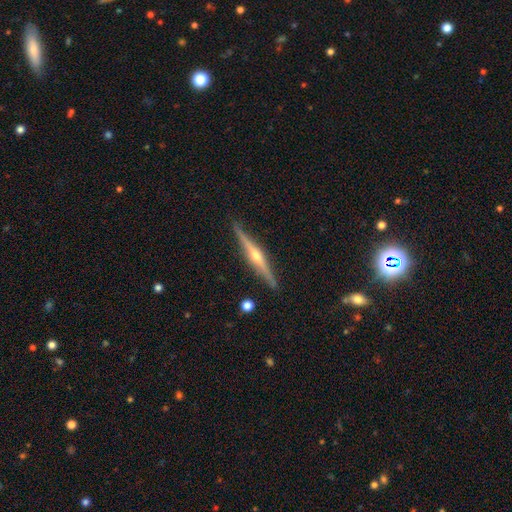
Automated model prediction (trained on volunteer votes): Smooth or featured? Predicted: featured or disk (p=0.83). Edge-on disk? Predicted: yes (p=0.98). Edge-on bulge? Predicted: rounded (p=0.92). Merging? Predicted: none (p=0.90).